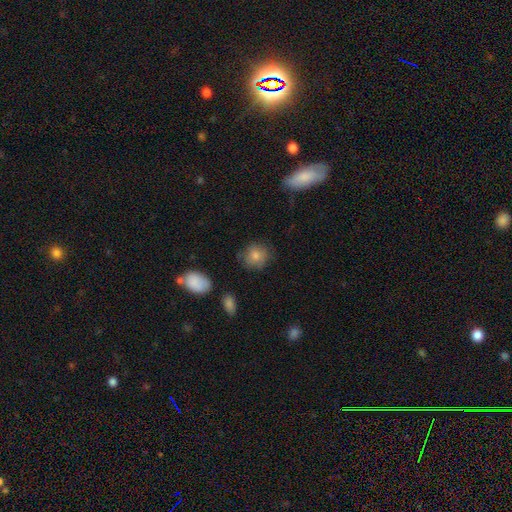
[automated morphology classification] Smooth or featured? smooth (80%)
How rounded? round (83%)
Merging? none (77%)